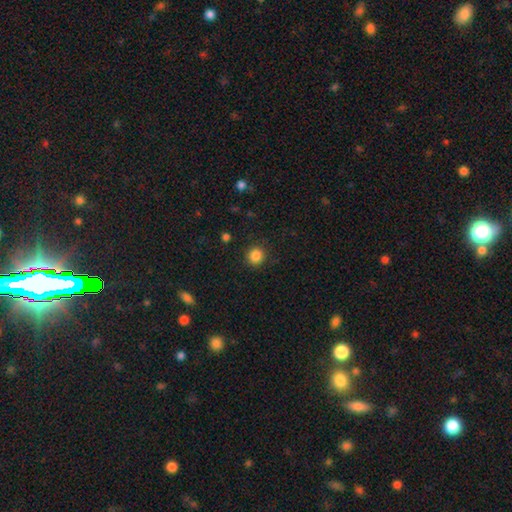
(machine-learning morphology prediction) smooth_or_featured: smooth (p=0.85) [alt: star or artifact p=0.11]
how_rounded: round (p=0.90) [alt: in between p=0.09]
merging: none (p=0.90) [alt: minor disturbance p=0.06]